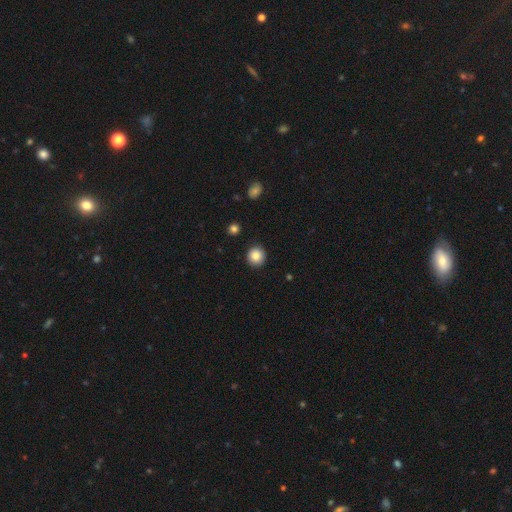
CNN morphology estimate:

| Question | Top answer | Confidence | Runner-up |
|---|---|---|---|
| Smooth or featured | smooth | 86% | star or artifact (9%) |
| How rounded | round | 92% | in between (7%) |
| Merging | none | 92% | minor disturbance (5%) |